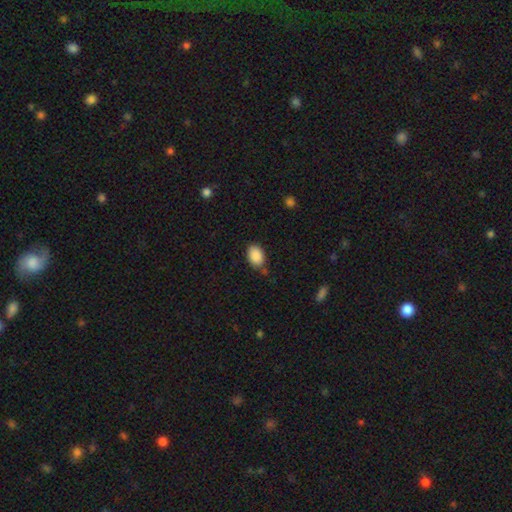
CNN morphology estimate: Smooth or featured? smooth (90%)
How rounded? in between (85%)
Merging? none (74%)